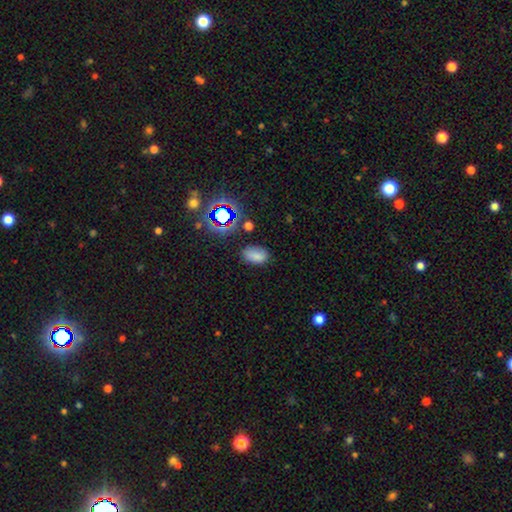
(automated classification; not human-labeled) Morphology: type=smooth (76%); roundness=in between (90%); merging=none (78%).